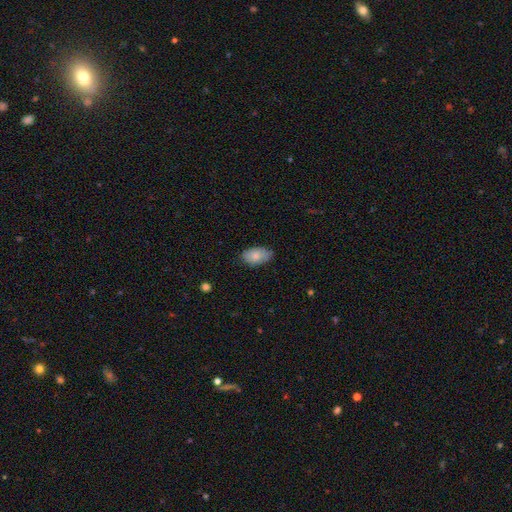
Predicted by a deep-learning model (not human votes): Smooth or featured? smooth (79%)
How rounded? in between (93%)
Merging? none (75%)